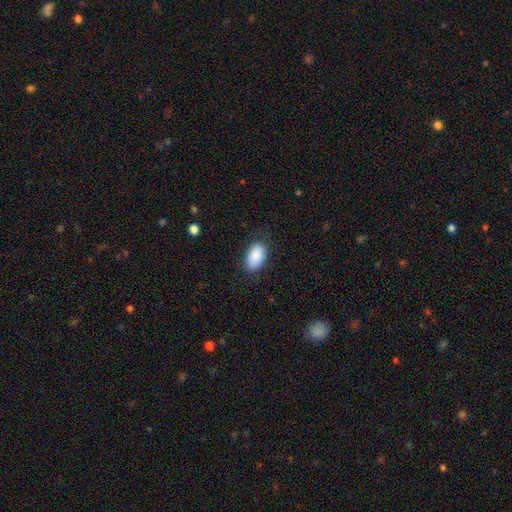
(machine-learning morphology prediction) smooth 89%, star or artifact 7%, featured or disk 4%. Down the decision tree: how rounded — in between (94%); merging — none (79%).